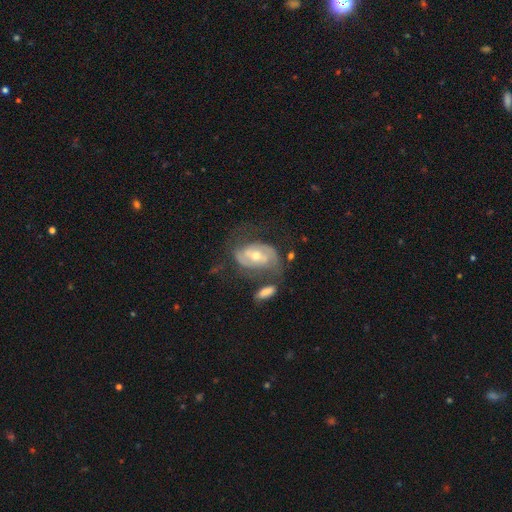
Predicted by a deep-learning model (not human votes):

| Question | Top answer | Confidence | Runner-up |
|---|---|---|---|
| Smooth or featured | featured or disk | 78% | smooth (16%) |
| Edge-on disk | no | 95% | yes (5%) |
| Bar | no | 44% | weak (36%) |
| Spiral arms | yes | 83% | no (17%) |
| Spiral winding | medium | 40% | tight (39%) |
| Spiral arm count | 2 | 67% | can't tell (20%) |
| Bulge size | moderate | 57% | small (39%) |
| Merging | none | 43% | major disturbance (22%) |